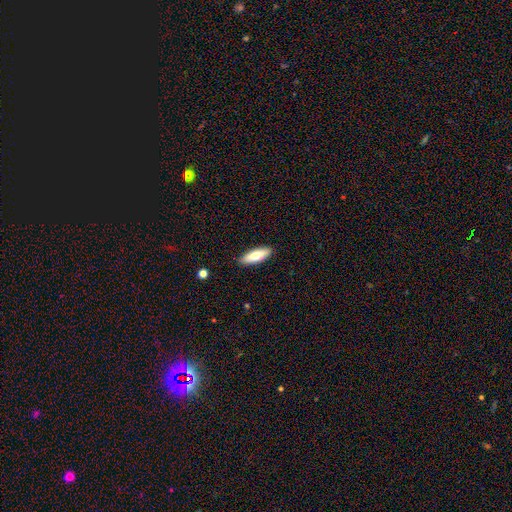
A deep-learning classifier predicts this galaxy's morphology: This appears to be a smooth galaxy with no disk features (73%) that is in between round and cigar-shaped (61%). Merging: none (88%).